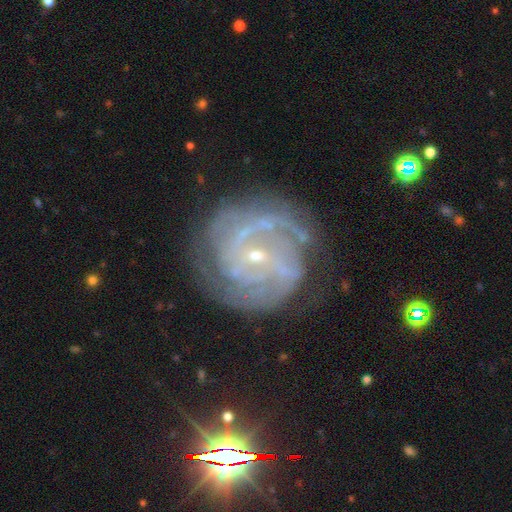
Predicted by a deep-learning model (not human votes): Morphology: type=featured or disk (86%); edge-on=no (97%); bar=weak (42%, tied with no); spiral arms=yes (96%); winding=tight (63%); arm count=2 (28%); bulge=small (82%); merging=none (73%).